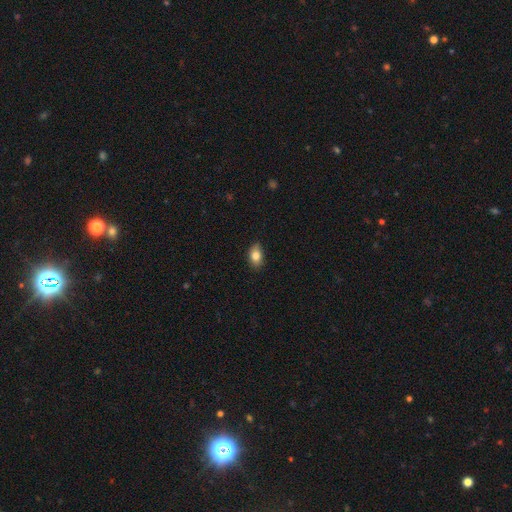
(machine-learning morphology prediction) This appears to be a smooth galaxy with no disk features (82%) that is in between round and cigar-shaped (83%). Merging: none (79%).